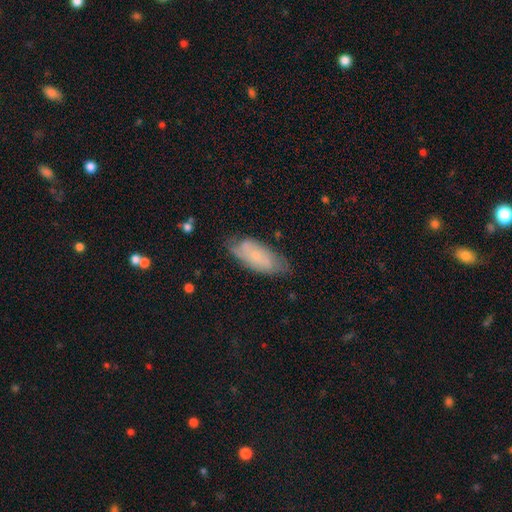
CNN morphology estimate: Q: Smooth or featured?
A: smooth (49%); runner-up: featured or disk (44%)
Q: Merging?
A: none (63%); runner-up: minor disturbance (27%)